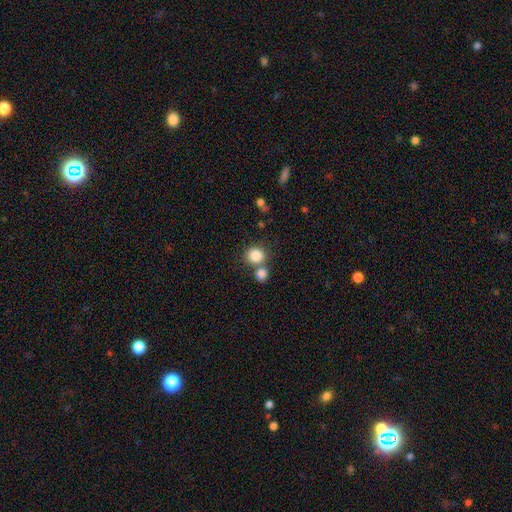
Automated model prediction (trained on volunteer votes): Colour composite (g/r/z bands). It shows a smooth galaxy with no disk features (84%) that is round (84%). Merging: none (57%).